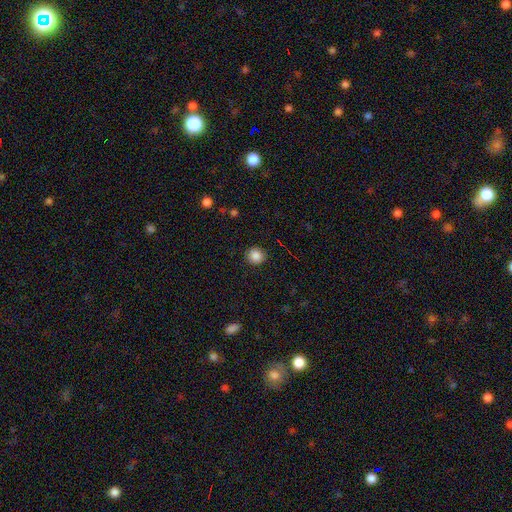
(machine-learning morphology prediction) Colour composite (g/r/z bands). It shows a smooth galaxy with no disk features (87%) that is round (91%). Merging: none (90%).